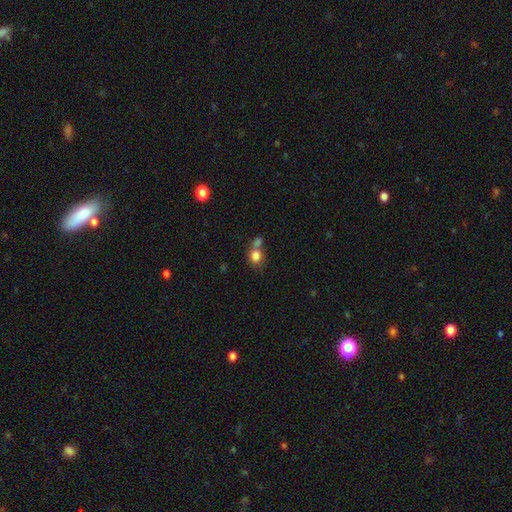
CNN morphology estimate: A smooth galaxy with no disk features (80%) that is round (67%). Merging: merger (45%).